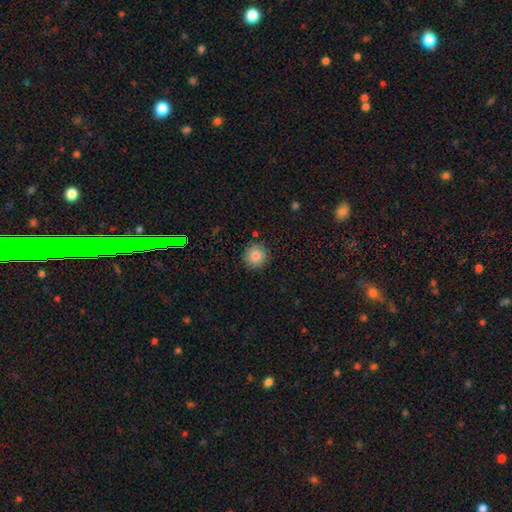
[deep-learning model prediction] A smooth galaxy with no disk features (83%) that is round (95%).

Vote fractions:
- Smooth or featured? smooth: 83% / star or artifact: 10% / featured or disk: 7%
- How rounded? round: 95% / in between: 4% / cigar-shaped: 1%
- Merging? none: 89% / minor disturbance: 7% / major disturbance: 2% / merger: 2%